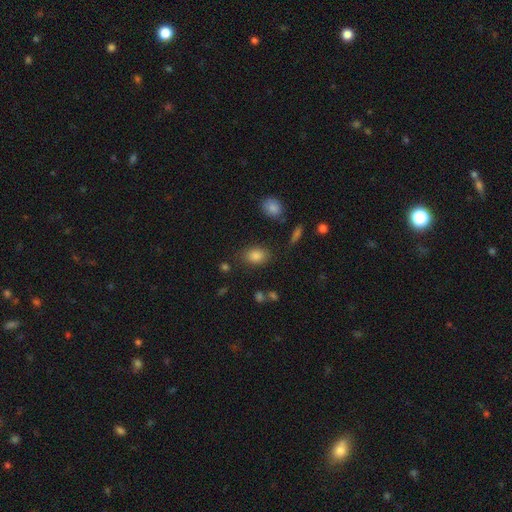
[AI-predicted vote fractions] Q: Smooth or featured?
A: smooth (83%); runner-up: star or artifact (10%)
Q: How rounded?
A: in between (75%); runner-up: round (24%)
Q: Merging?
A: none (80%); runner-up: minor disturbance (12%)